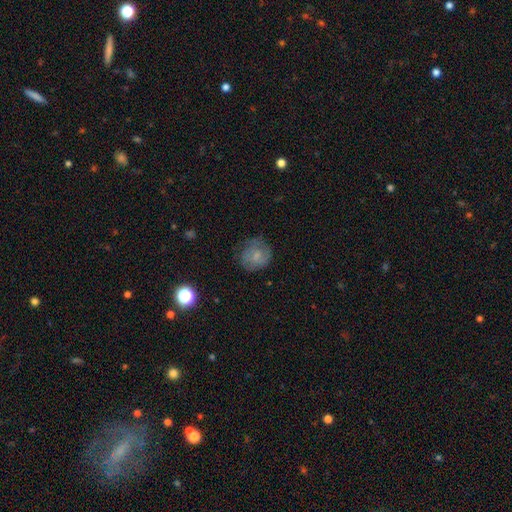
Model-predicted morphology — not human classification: Smooth or featured: smooth — 59% (featured or disk — 31%)
How rounded: round — 83% (in between — 16%)
Merging: none — 71% (minor disturbance — 20%)